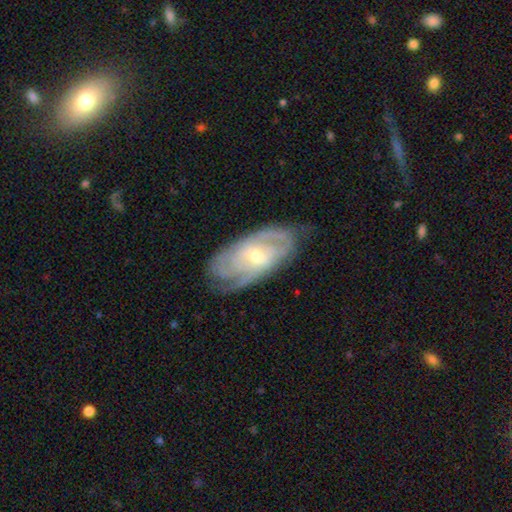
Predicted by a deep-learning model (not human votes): Q: Smooth or featured?
A: featured or disk (80%); runner-up: smooth (15%)
Q: Edge-on disk?
A: no (92%); runner-up: yes (8%)
Q: Bar?
A: no (48%); runner-up: weak (40%)
Q: Spiral arms?
A: yes (91%); runner-up: no (9%)
Q: Spiral winding?
A: tight (60%); runner-up: medium (32%)
Q: Spiral arm count?
A: can't tell (38%); runner-up: 2 (31%)
Q: Bulge size?
A: small (50%); runner-up: moderate (46%)
Q: Merging?
A: none (73%); runner-up: minor disturbance (19%)